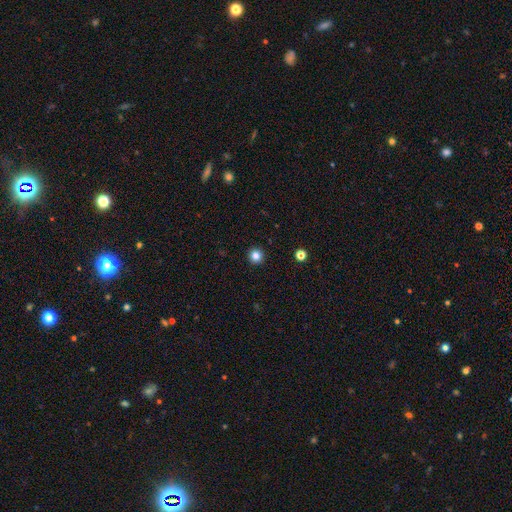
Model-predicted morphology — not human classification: This is clearly a smooth galaxy (83%). How rounded: clearly round (95%). Merging: clearly none (94%).